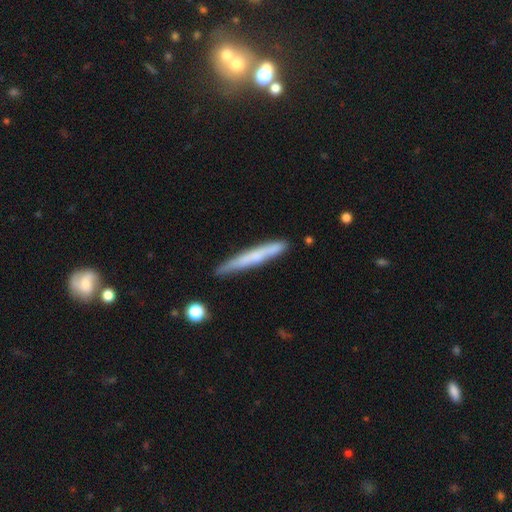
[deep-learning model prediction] Smooth or featured? Predicted: smooth (p=0.55). How rounded? Predicted: cigar-shaped (p=0.96). Merging? Predicted: none (p=0.83).